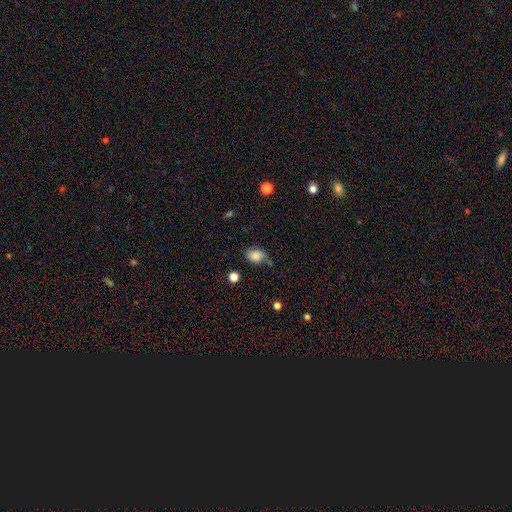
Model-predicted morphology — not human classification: This is clearly a smooth galaxy (80%). How rounded: likely in between (74%). Merging: possibly none (53%).